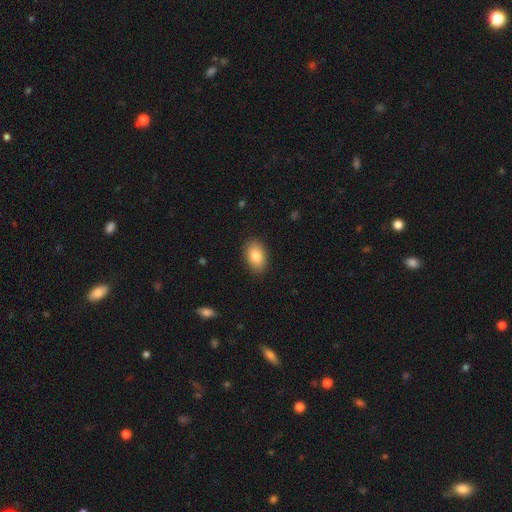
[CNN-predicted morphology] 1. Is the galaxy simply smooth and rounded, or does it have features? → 84% smooth, 9% featured or disk, 7% star or artifact.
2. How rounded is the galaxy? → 90% in between, 8% round, 1% cigar-shaped.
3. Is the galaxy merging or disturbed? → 87% none, 9% minor disturbance, 2% major disturbance, 1% merger.